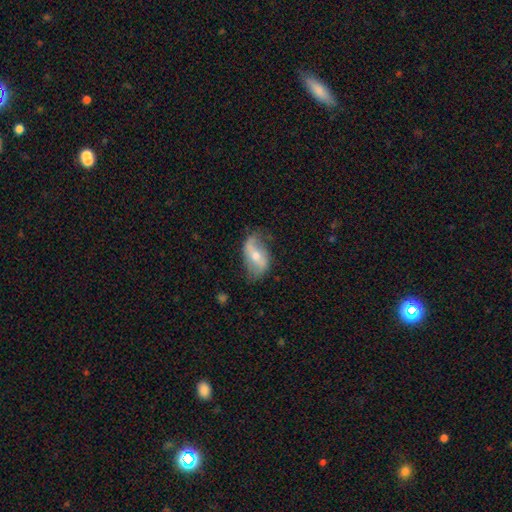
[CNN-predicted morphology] This appears to be a featured or disk galaxy (69%) with a strong bar (41%), 2 (86%) loose (71%) spiral arms (81%) and a moderate central bulge (58%). Merging: none (66%).